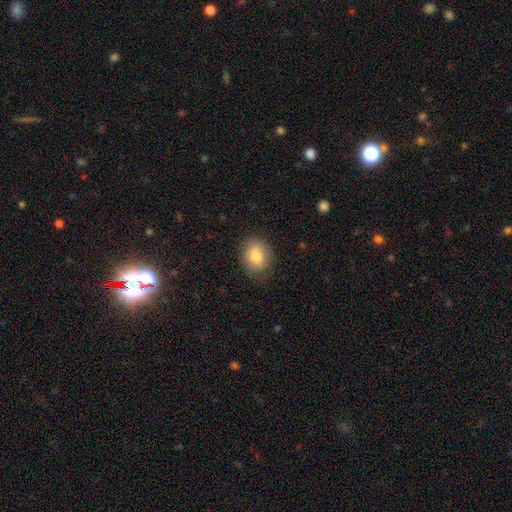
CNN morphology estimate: This appears to be a smooth galaxy with no disk features (81%) that is in between round and cigar-shaped (53%). Merging: none (81%).